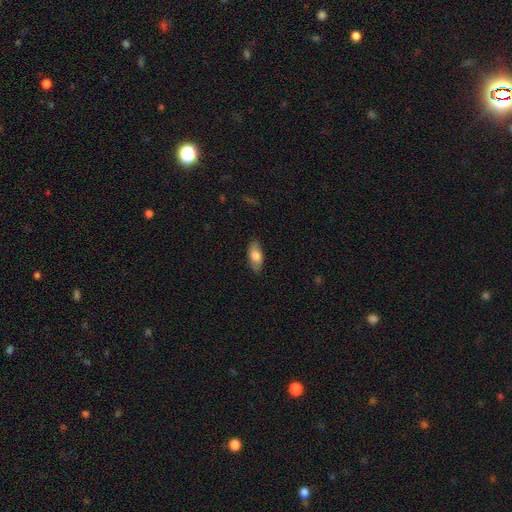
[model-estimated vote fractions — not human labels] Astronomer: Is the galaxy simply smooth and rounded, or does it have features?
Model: smooth — 77%.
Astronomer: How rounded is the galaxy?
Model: in between — 87%.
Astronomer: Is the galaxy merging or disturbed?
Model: none — 85%.